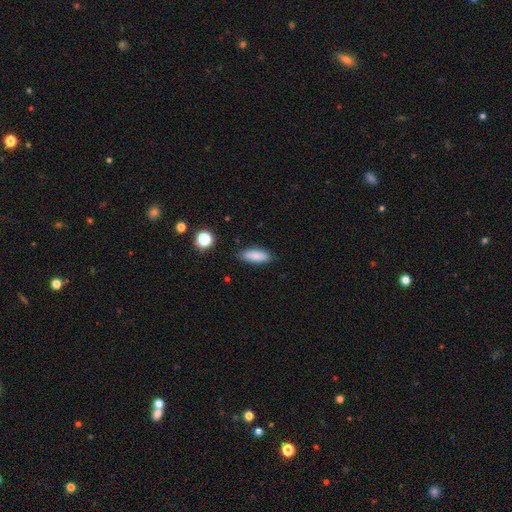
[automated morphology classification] This appears to be a smooth galaxy with no disk features (86%) that is in between round and cigar-shaped (74%). Merging: none (86%).